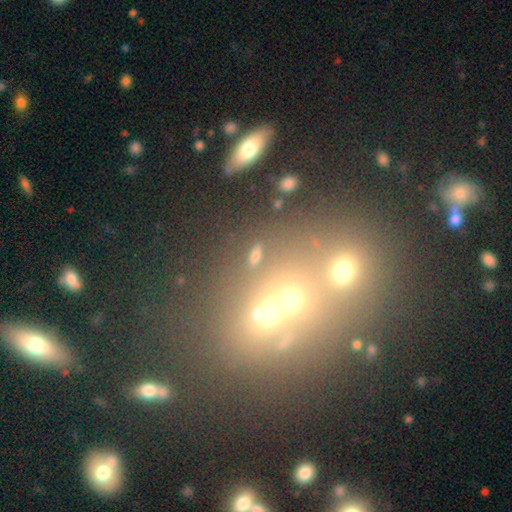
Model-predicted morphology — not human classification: Overall: smooth (46%; star or artifact 30%). Merging: none (44%; merger 42%).